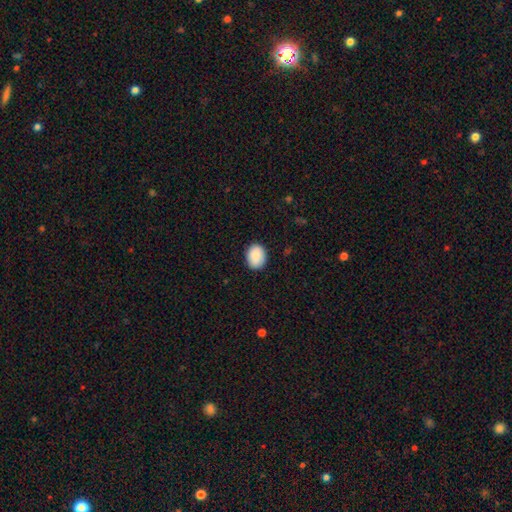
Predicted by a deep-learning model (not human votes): smooth 85%, featured or disk 8%, star or artifact 7%. Down the decision tree: how rounded — in between (56%); merging — none (86%).